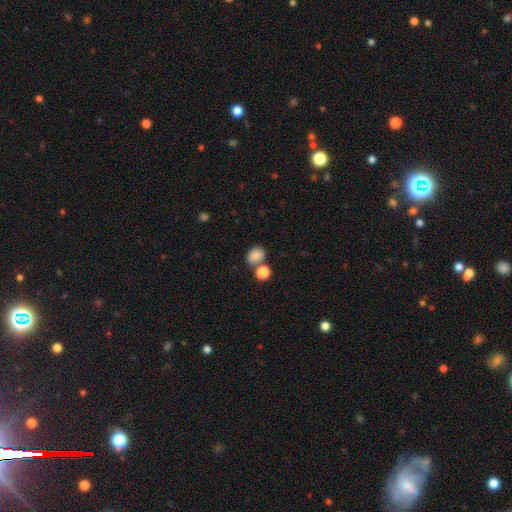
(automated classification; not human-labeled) A smooth galaxy with no disk features (82%) that is round (58%).

Vote fractions:
- Smooth or featured? smooth: 82% / star or artifact: 11% / featured or disk: 7%
- How rounded? round: 58% / in between: 41% / cigar-shaped: 1%
- Merging? none: 59% / merger: 25% / minor disturbance: 12% / major disturbance: 4%